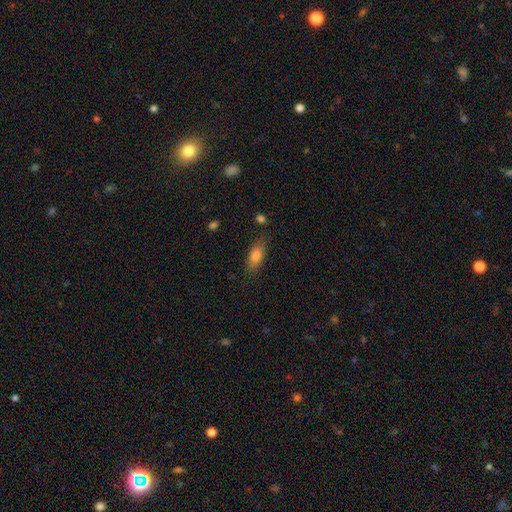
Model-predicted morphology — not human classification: Smooth or featured? Predicted: smooth (p=0.78). How rounded? Predicted: in between (p=0.74). Merging? Predicted: none (p=0.79).